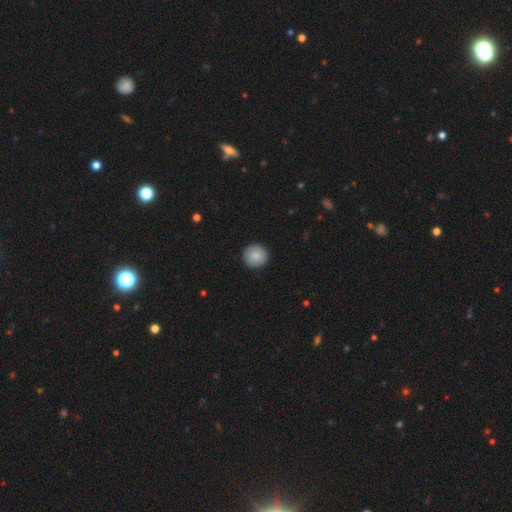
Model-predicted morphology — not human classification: Q: Smooth or featured?
A: smooth (86%); runner-up: featured or disk (7%)
Q: How rounded?
A: round (96%); runner-up: in between (3%)
Q: Merging?
A: none (92%); runner-up: minor disturbance (5%)